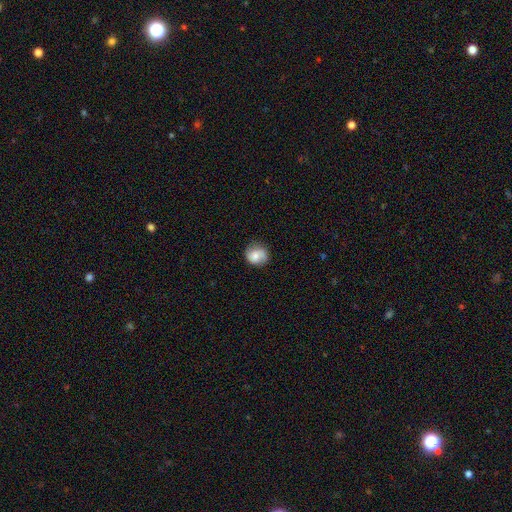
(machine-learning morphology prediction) A smooth galaxy with no disk features (57%) that is round (79%). Merging: none (71%).